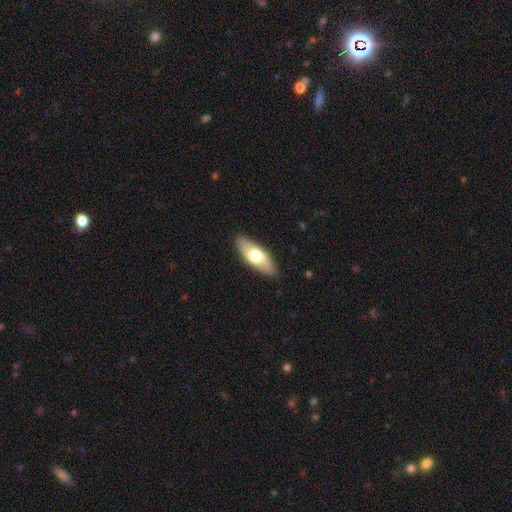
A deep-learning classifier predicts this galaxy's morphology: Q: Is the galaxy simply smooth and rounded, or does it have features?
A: smooth — 61%.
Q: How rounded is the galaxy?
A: in between — 71%.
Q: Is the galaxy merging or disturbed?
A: none — 87%.